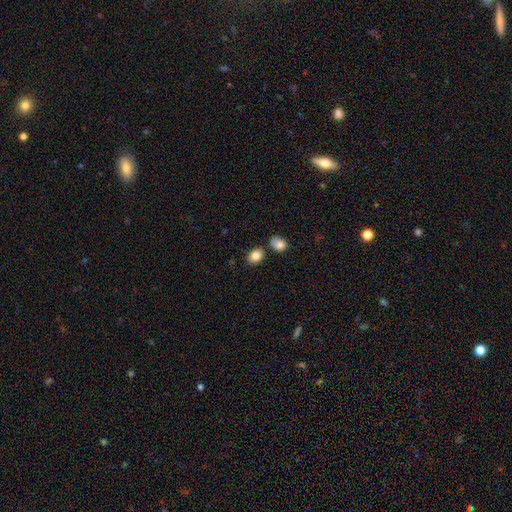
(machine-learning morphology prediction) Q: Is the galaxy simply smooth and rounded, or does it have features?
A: smooth — 84%.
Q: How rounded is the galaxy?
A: in between — 68%.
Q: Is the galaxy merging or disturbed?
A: none — 71%.